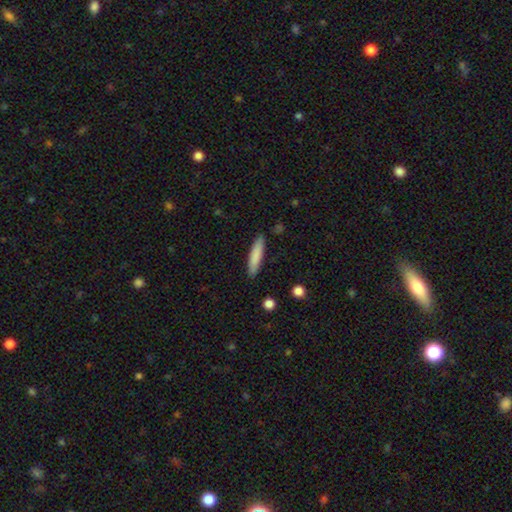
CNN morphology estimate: Smooth or featured: smooth — 82% (featured or disk — 12%)
How rounded: cigar-shaped — 86% (in between — 13%)
Merging: none — 88% (minor disturbance — 9%)